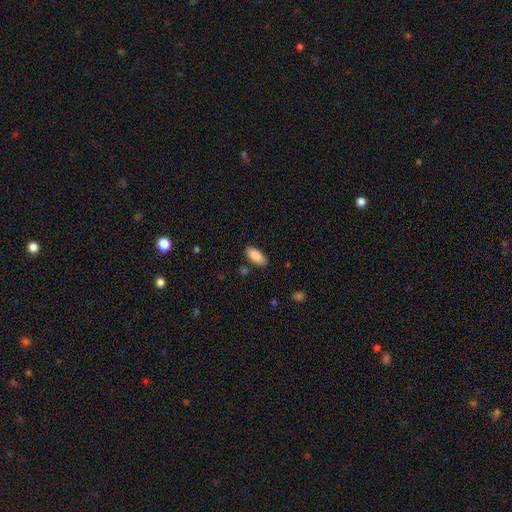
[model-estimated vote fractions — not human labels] A smooth galaxy with no disk features (88%) that is in between round and cigar-shaped (87%).

Vote fractions:
- Smooth or featured? smooth: 88% / star or artifact: 6% / featured or disk: 5%
- How rounded? in between: 87% / cigar-shaped: 12% / round: 2%
- Merging? none: 85% / minor disturbance: 10% / major disturbance: 2% / merger: 2%